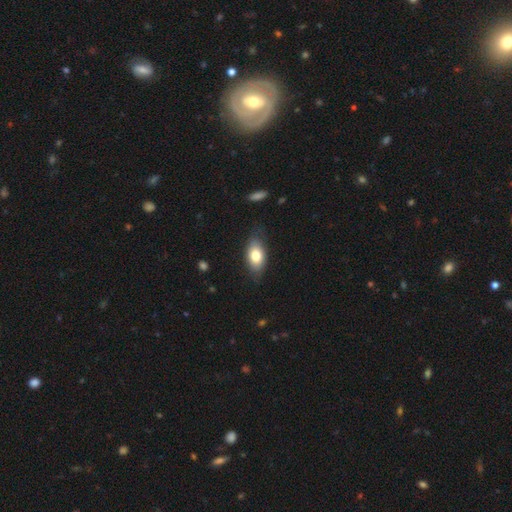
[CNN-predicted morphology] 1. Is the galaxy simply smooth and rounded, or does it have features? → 76% smooth, 17% featured or disk, 7% star or artifact.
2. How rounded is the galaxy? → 89% in between, 7% round, 4% cigar-shaped.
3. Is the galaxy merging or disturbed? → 78% none, 17% minor disturbance, 3% major disturbance, 1% merger.